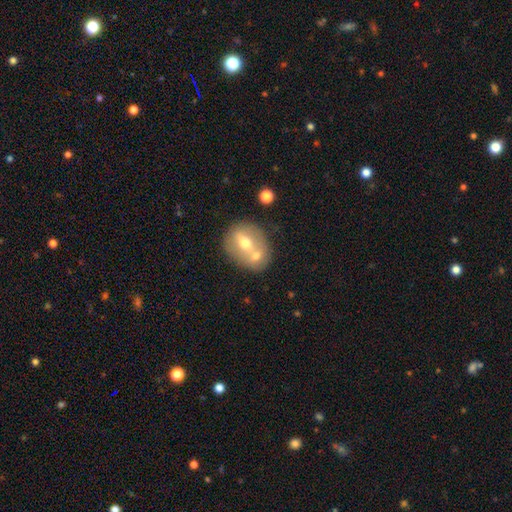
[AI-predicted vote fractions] Q: Smooth or featured?
A: smooth (54%); runner-up: featured or disk (38%)
Q: How rounded?
A: round (58%); runner-up: in between (40%)
Q: Merging?
A: merger (49%); runner-up: none (37%)